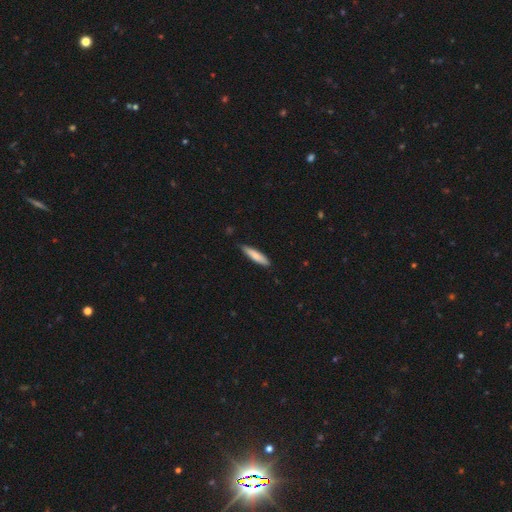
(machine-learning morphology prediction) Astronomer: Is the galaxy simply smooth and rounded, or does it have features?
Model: smooth — 78%.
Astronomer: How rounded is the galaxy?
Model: cigar-shaped — 83%.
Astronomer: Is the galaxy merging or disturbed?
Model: none — 82%.